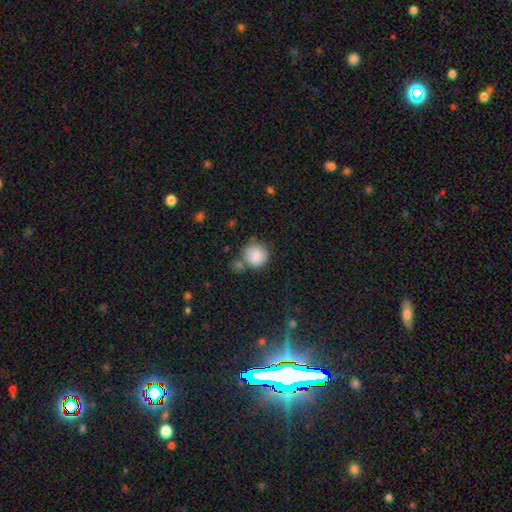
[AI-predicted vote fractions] smooth 86%, star or artifact 8%, featured or disk 6%. Down the decision tree: how rounded — round (91%); merging — none (64%).